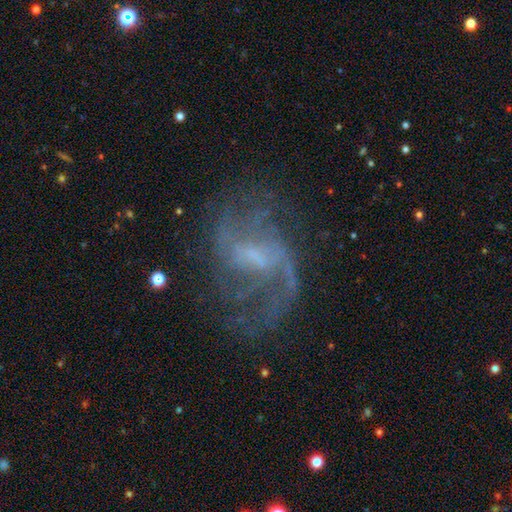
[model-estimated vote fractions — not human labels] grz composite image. It shows a featured or disk galaxy (84%) with a weak bar (57%), 2 (55%) loose (48%) spiral arms (92%) and a small central bulge (48%). Merging: none (59%).